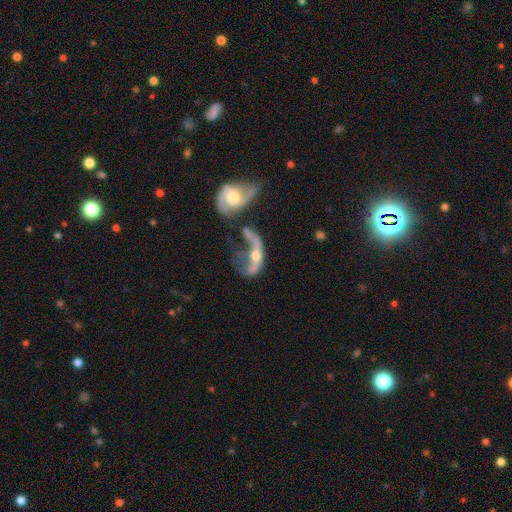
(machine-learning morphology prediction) Smooth or featured? Predicted: featured or disk (p=0.67). Edge-on disk? Predicted: no (p=0.85). Bar? Predicted: no (p=0.68). Spiral arms? Predicted: yes (p=0.51). Bulge size? Predicted: moderate (p=0.57). Merging? Predicted: merger (p=0.52).